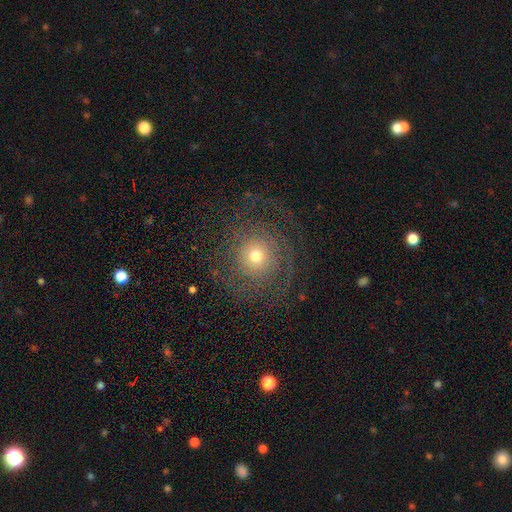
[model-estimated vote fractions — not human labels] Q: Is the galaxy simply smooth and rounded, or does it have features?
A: featured or disk — 52%.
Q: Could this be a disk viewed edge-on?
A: no — 96%.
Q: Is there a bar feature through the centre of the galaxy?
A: no — 87%.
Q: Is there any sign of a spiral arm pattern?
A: yes — 71%.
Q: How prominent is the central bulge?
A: moderate — 50%.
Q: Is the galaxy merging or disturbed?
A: none — 73%.